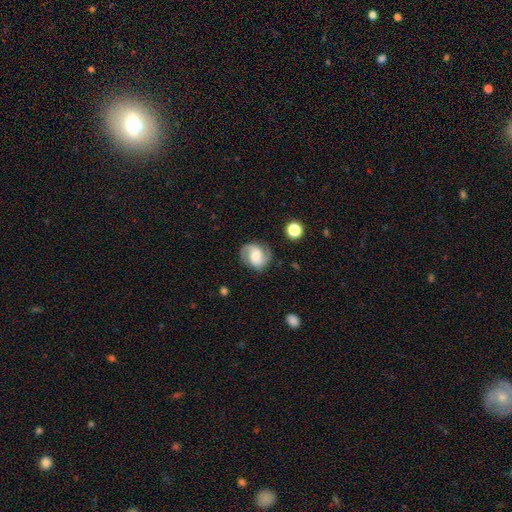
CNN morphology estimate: Smooth or featured: featured or disk — 76% (smooth — 18%)
Edge-on disk: no — 98% (yes — 2%)
Bar: weak — 44% (no — 41%)
Spiral arms: yes — 95% (no — 5%)
Spiral winding: medium — 51% (tight — 27%)
Spiral arm count: 2 — 89% (can't tell — 4%)
Bulge size: moderate — 49% (small — 24%)
Merging: none — 80% (minor disturbance — 13%)